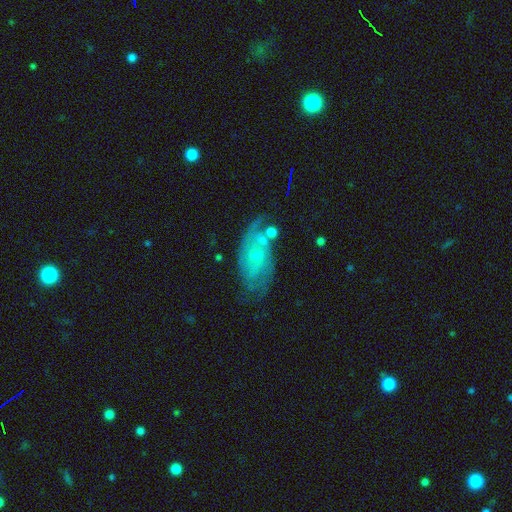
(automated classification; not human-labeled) smooth_or_featured: featured or disk (p=0.68) [alt: smooth p=0.24]
disk_edge_on: no (p=0.94) [alt: yes p=0.06]
bar: no (p=0.77) [alt: weak p=0.20]
has_spiral_arms: yes (p=0.79) [alt: no p=0.21]
spiral_winding: tight (p=0.49) [alt: medium p=0.35]
spiral_arm_count: can't tell (p=0.45) [alt: 2 p=0.35]
bulge_size: small (p=0.68) [alt: moderate p=0.26]
merging: none (p=0.52) [alt: minor disturbance p=0.24]